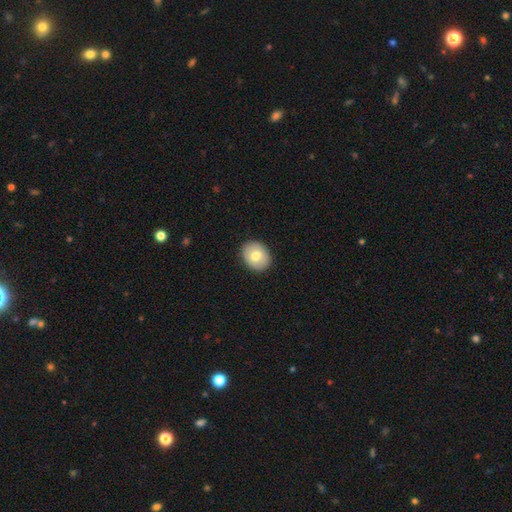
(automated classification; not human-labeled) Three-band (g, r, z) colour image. It shows a smooth galaxy with no disk features (71%) that is round (51%). Merging: none (90%).